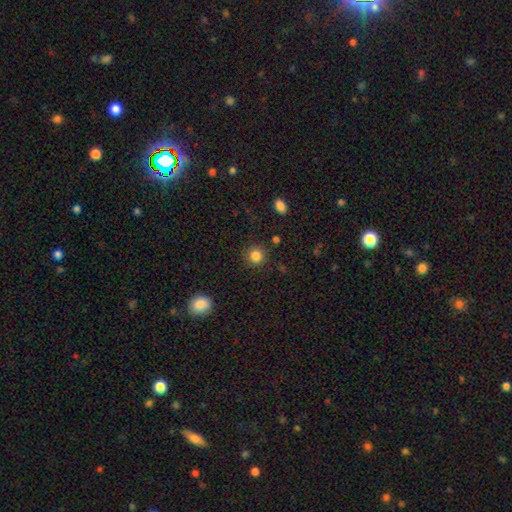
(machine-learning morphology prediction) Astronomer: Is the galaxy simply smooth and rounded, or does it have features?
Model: smooth — 84%.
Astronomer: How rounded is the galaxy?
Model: round — 93%.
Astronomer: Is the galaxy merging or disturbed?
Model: none — 89%.